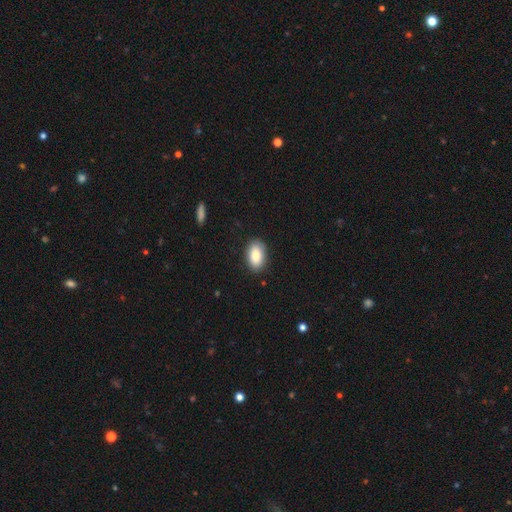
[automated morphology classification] Smooth or featured?
  - smooth: 85% *
  - featured or disk: 8%
  - star or artifact: 7%
How rounded?
  - in between: 92% *
  - round: 7%
  - cigar-shaped: 2%
Merging?
  - none: 87% *
  - minor disturbance: 9%
  - major disturbance: 2%
  - merger: 1%